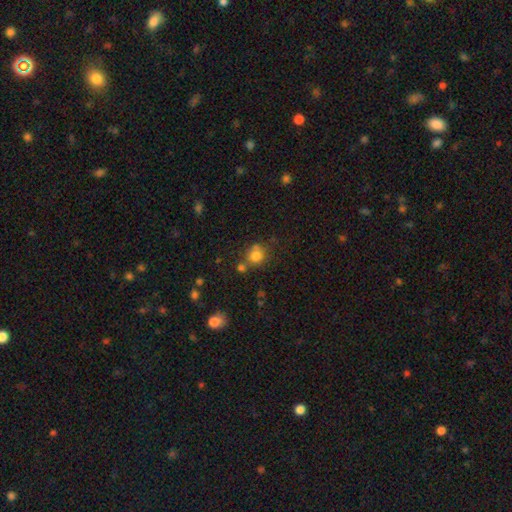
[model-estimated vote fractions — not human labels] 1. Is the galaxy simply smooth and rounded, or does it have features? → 79% smooth, 13% star or artifact, 8% featured or disk.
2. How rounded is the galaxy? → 82% round, 17% in between, 1% cigar-shaped.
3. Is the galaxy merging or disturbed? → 57% none, 22% merger, 14% minor disturbance, 6% major disturbance.